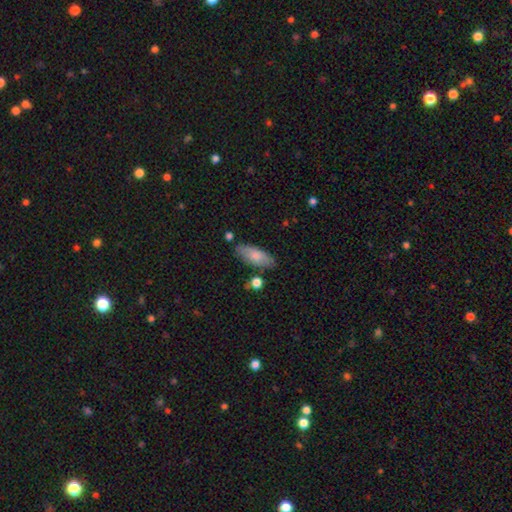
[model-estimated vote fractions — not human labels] Smooth or featured: smooth — 75% (featured or disk — 19%)
How rounded: in between — 81% (cigar-shaped — 16%)
Merging: none — 76% (minor disturbance — 16%)